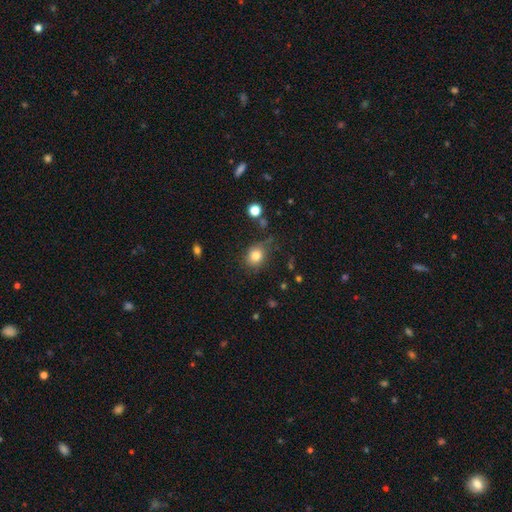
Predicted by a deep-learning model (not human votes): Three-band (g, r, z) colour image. It shows a smooth galaxy with no disk features (80%) that is round (69%). Merging: none (66%).